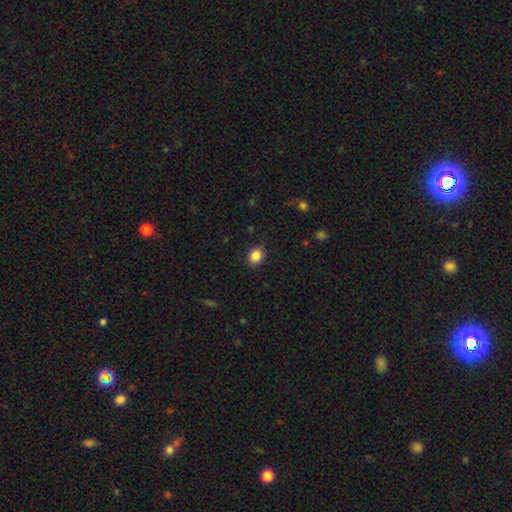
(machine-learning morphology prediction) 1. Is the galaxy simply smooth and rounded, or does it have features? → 86% smooth, 9% star or artifact, 4% featured or disk.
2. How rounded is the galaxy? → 56% round, 43% in between, 1% cigar-shaped.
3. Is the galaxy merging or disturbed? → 85% none, 11% minor disturbance, 3% major disturbance, 1% merger.